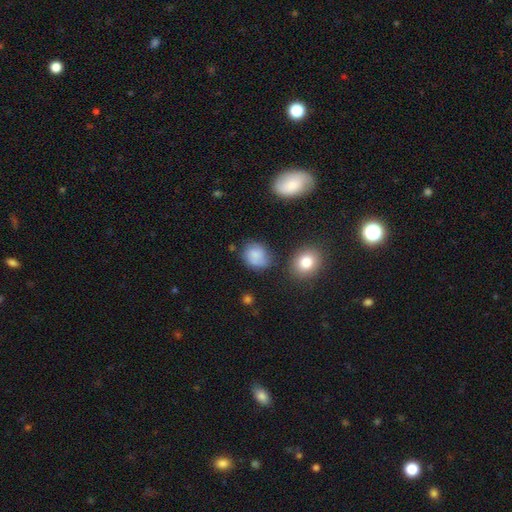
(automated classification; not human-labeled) This appears to be a smooth galaxy with no disk features (74%) that is round (60%). Merging: none (60%).